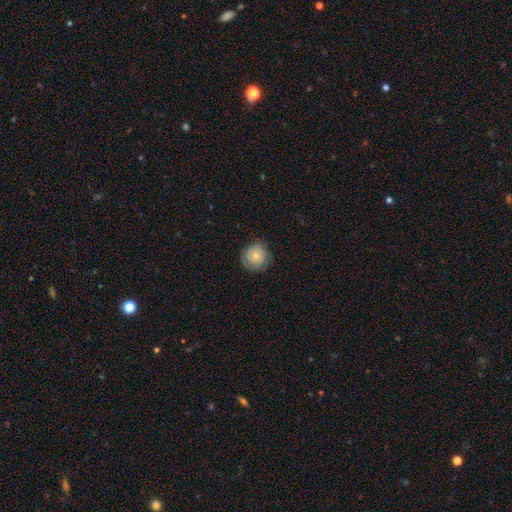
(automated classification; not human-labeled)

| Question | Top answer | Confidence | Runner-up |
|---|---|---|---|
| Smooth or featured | smooth | 67% | featured or disk (25%) |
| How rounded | round | 91% | in between (8%) |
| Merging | none | 76% | minor disturbance (18%) |